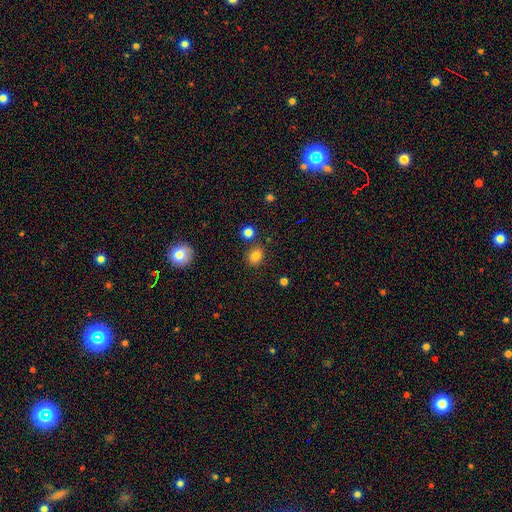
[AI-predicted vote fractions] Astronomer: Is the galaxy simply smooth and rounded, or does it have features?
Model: smooth — 81%.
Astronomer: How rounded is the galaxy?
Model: round — 62% (runner-up: in between, 37%).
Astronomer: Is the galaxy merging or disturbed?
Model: none — 80%.